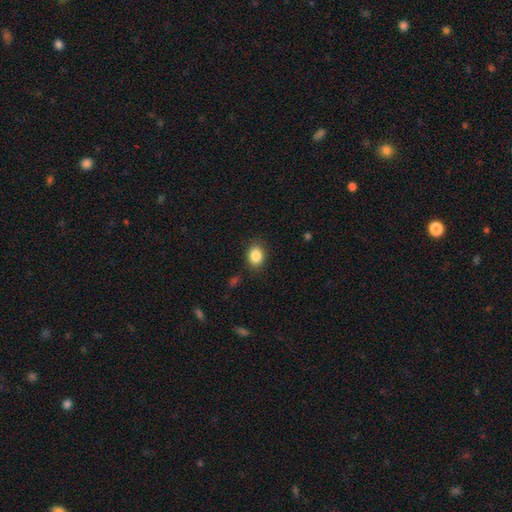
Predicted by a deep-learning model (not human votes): Smooth or featured?
  - smooth: 87% *
  - star or artifact: 8%
  - featured or disk: 5%
How rounded?
  - in between: 68% *
  - round: 31%
  - cigar-shaped: 1%
Merging?
  - none: 85% *
  - minor disturbance: 11%
  - major disturbance: 3%
  - merger: 1%